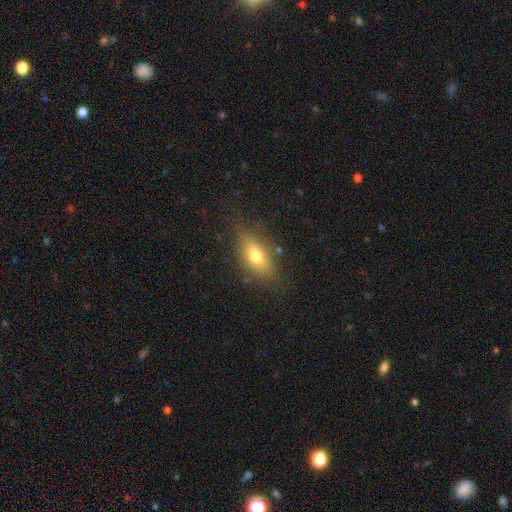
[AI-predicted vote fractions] Overall: smooth (71%). How rounded: in between (82%). Merging: none (77%).